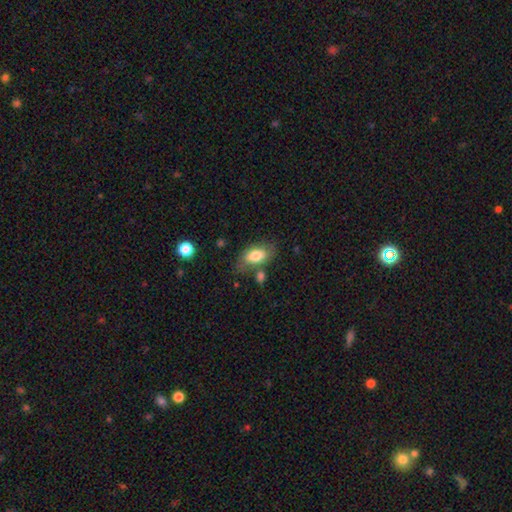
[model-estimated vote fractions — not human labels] Morphology: type=smooth (75%); roundness=in between (91%); merging=none (62%).